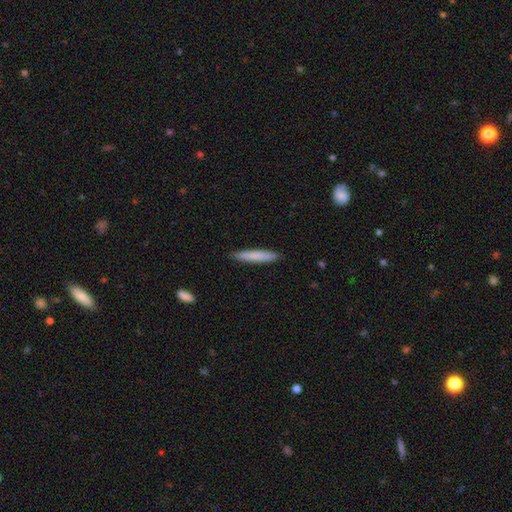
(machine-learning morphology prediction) Smooth or featured? Predicted: smooth (p=0.80). How rounded? Predicted: cigar-shaped (p=0.93). Merging? Predicted: none (p=0.90).